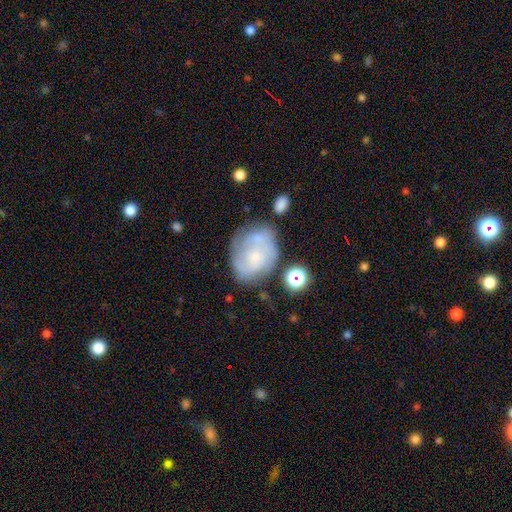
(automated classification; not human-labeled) Smooth or featured: featured or disk — 60% (smooth — 31%)
Edge-on disk: no — 97% (yes — 3%)
Bar: no — 77% (weak — 20%)
Spiral arms: yes — 73% (no — 27%)
Bulge size: small — 66% (moderate — 19%)
Merging: none — 52% (minor disturbance — 25%)